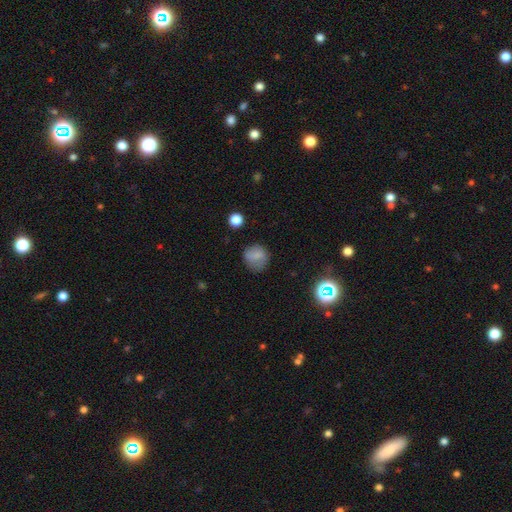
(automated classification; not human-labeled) A smooth galaxy with no disk features (78%) that is round (81%). Merging: none (75%).